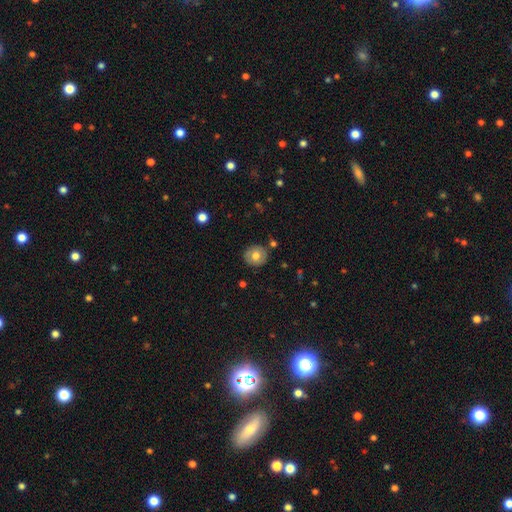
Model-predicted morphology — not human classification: A smooth galaxy with no disk features (70%) that is round (86%).

Vote fractions:
- Smooth or featured? smooth: 70% / featured or disk: 21% / star or artifact: 8%
- How rounded? round: 86% / in between: 13% / cigar-shaped: 1%
- Merging? none: 84% / minor disturbance: 10% / merger: 3% / major disturbance: 3%